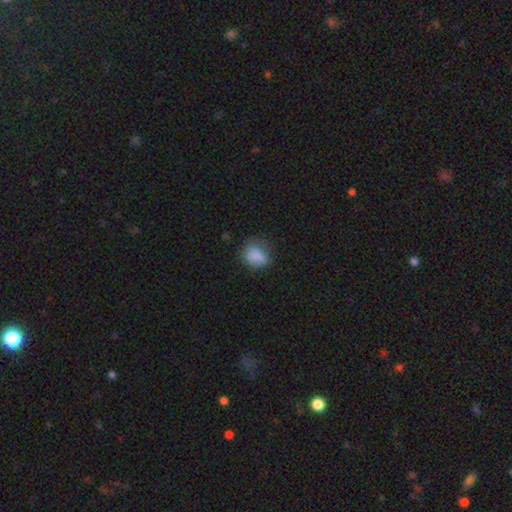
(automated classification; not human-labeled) Morphology: type=smooth (83%); roundness=round (50%); merging=none (58%).